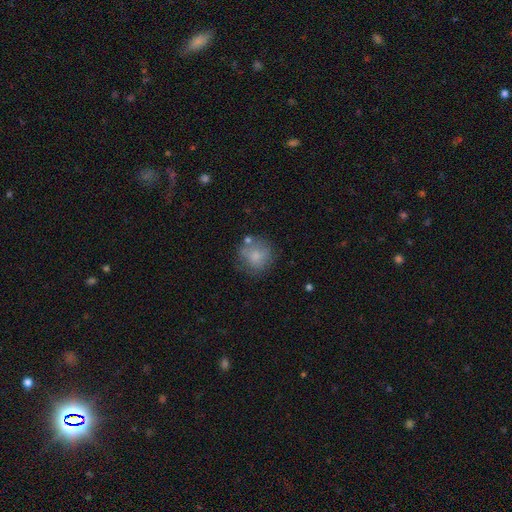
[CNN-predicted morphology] Smooth or featured?
  - smooth: 74% *
  - featured or disk: 17%
  - star or artifact: 9%
How rounded?
  - round: 88% *
  - in between: 11%
  - cigar-shaped: 1%
Merging?
  - none: 63% *
  - minor disturbance: 20%
  - major disturbance: 9%
  - merger: 8%